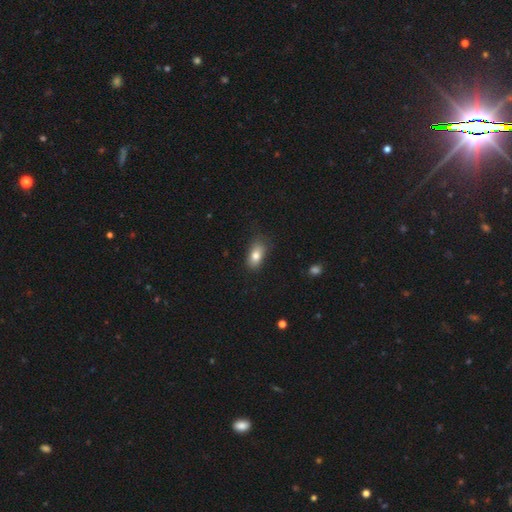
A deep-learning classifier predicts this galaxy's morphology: smooth_or_featured: smooth (p=0.81) [alt: featured or disk p=0.11]
how_rounded: in between (p=0.88) [alt: round p=0.08]
merging: none (p=0.74) [alt: minor disturbance p=0.20]